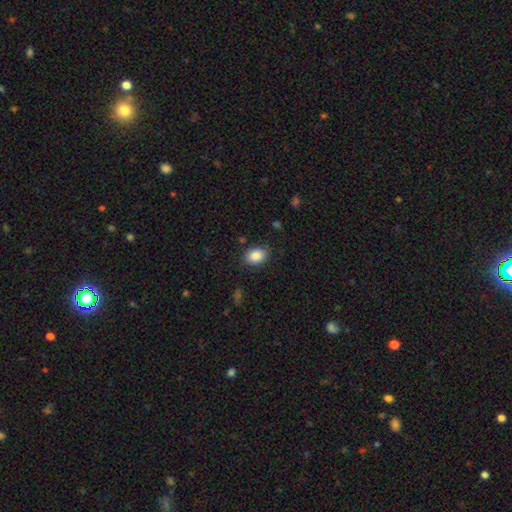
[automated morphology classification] Smooth or featured: smooth — 87% (star or artifact — 8%)
How rounded: in between — 76% (round — 23%)
Merging: none — 85% (minor disturbance — 11%)